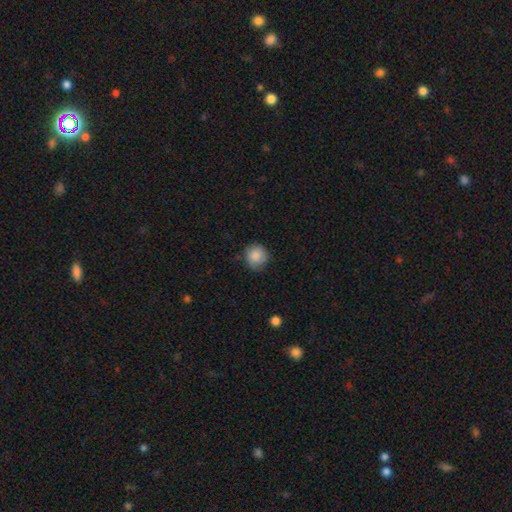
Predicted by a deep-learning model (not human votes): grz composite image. It shows a smooth galaxy with no disk features (85%) that is round (89%). Merging: none (73%).